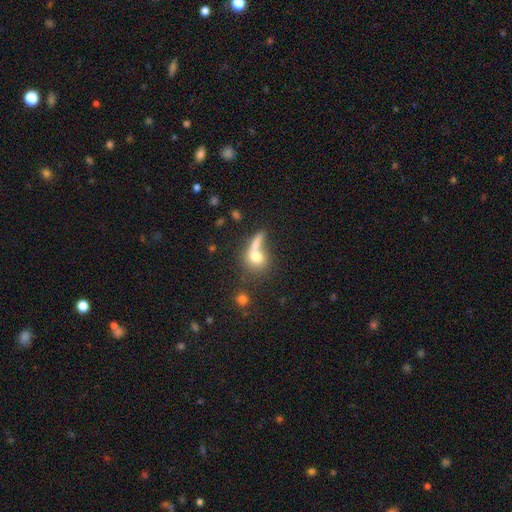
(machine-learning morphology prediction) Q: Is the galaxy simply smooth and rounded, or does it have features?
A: smooth — 68%.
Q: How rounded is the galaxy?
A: round — 59%.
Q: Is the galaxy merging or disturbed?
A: merger — 42%.